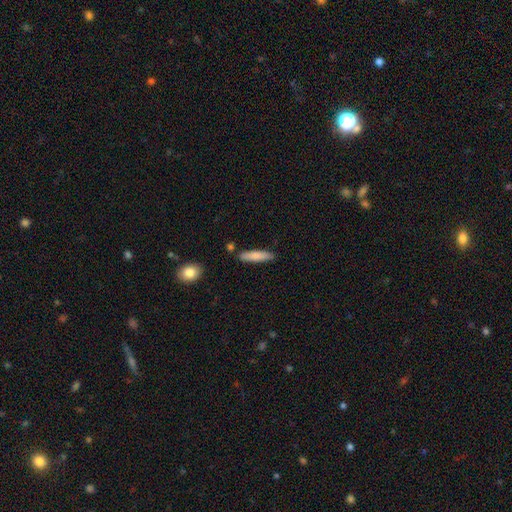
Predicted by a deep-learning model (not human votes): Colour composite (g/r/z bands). It shows a smooth galaxy with no disk features (78%) that is cigar-shaped (81%). Merging: none (83%).